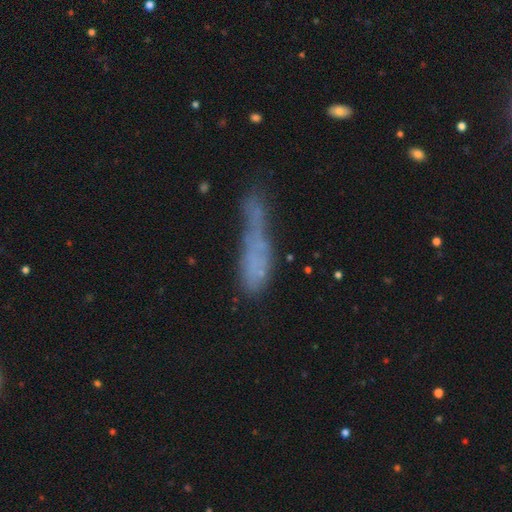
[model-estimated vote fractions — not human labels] smooth-or-featured: smooth: 52% | featured or disk: 31% | star or artifact: 17%
  how-rounded: cigar-shaped: 77% | in between: 20% | round: 3%
  merging: none: 35% | minor disturbance: 23% | major disturbance: 23% | merger: 18%